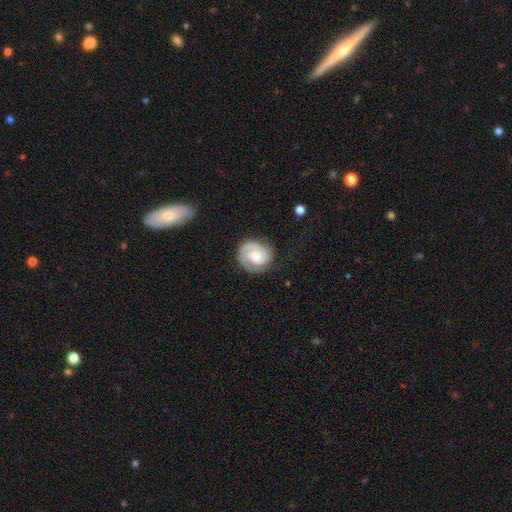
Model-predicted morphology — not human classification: smooth_or_featured: featured or disk (p=0.75) [alt: smooth p=0.20]
disk_edge_on: no (p=0.98) [alt: yes p=0.02]
bar: no (p=0.68) [alt: weak p=0.27]
has_spiral_arms: yes (p=0.94) [alt: no p=0.06]
spiral_winding: tight (p=0.62) [alt: medium p=0.28]
spiral_arm_count: 1 (p=0.48) [alt: 2 p=0.36]
bulge_size: moderate (p=0.48) [alt: small p=0.29]
merging: none (p=0.69) [alt: minor disturbance p=0.19]